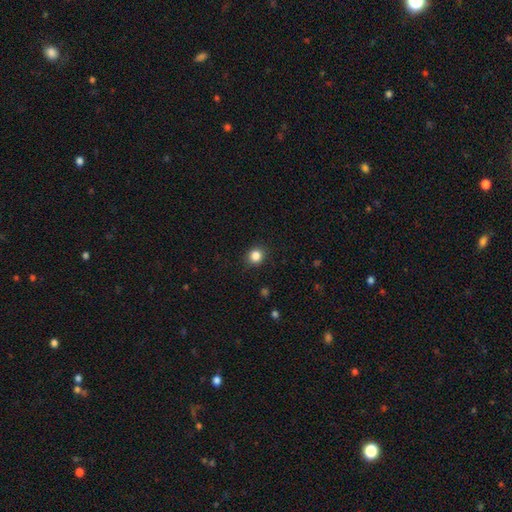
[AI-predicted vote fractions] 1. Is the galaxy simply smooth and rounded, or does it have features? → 84% smooth, 11% star or artifact, 4% featured or disk.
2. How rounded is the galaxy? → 84% round, 15% in between, 1% cigar-shaped.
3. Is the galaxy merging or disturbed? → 90% none, 7% minor disturbance, 2% major disturbance, 1% merger.